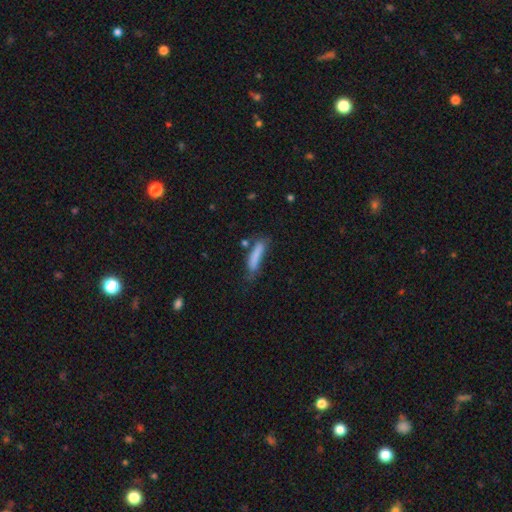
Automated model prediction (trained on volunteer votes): This appears to be a smooth galaxy with no disk features (79%) that is cigar-shaped (80%). Merging: none (53%).